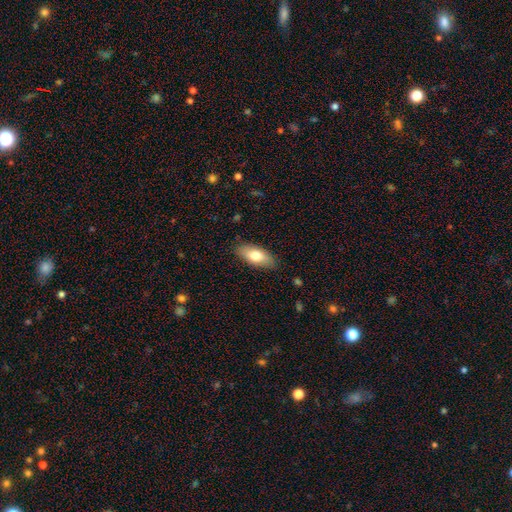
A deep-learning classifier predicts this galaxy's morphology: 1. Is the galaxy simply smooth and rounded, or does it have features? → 75% smooth, 19% featured or disk, 6% star or artifact.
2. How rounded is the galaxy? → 87% in between, 11% cigar-shaped, 3% round.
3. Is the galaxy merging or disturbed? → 87% none, 10% minor disturbance, 2% major disturbance, 1% merger.